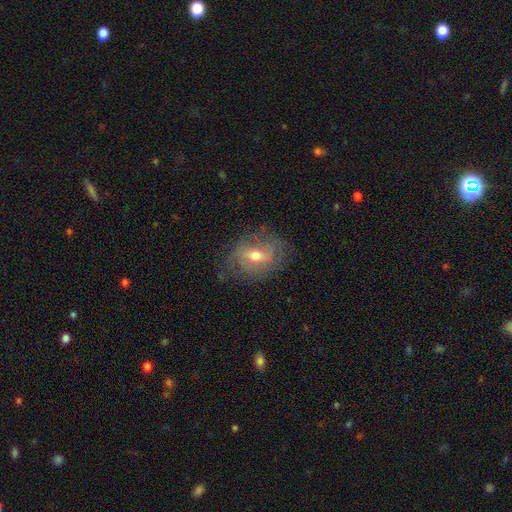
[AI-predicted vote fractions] featured or disk 55%, smooth 36%, star or artifact 9%. Down the decision tree: edge-on disk — no (93%); bar — no (46%); spiral arms — yes (54%); bulge size — moderate (70%); merging — none (63%).